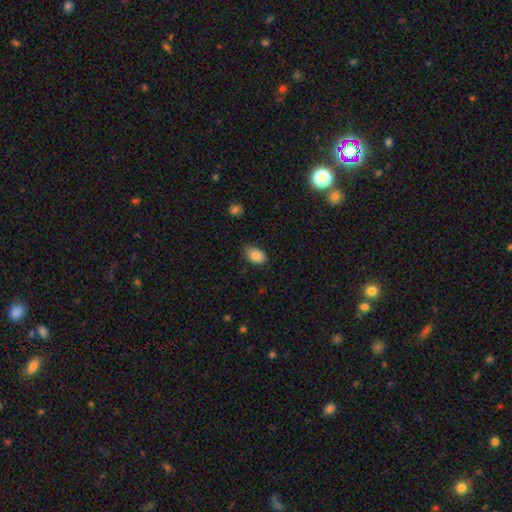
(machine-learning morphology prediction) Smooth or featured?
  - smooth: 85% *
  - star or artifact: 8%
  - featured or disk: 7%
How rounded?
  - in between: 89% *
  - round: 10%
  - cigar-shaped: 1%
Merging?
  - none: 76% *
  - minor disturbance: 20%
  - major disturbance: 3%
  - merger: 1%